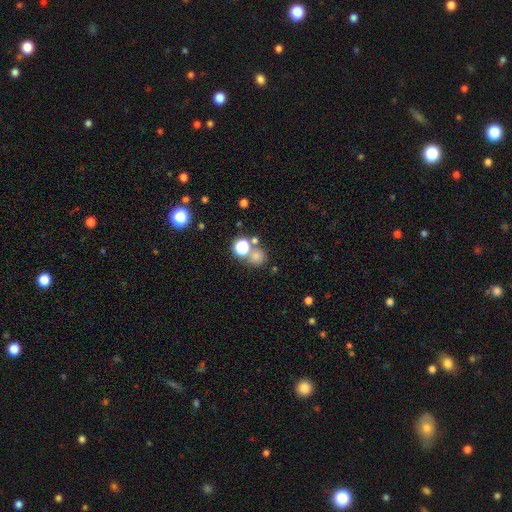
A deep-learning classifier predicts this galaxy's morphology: This is likely a smooth galaxy (67%). How rounded: clearly round (87%). Merging: likely none (60%).